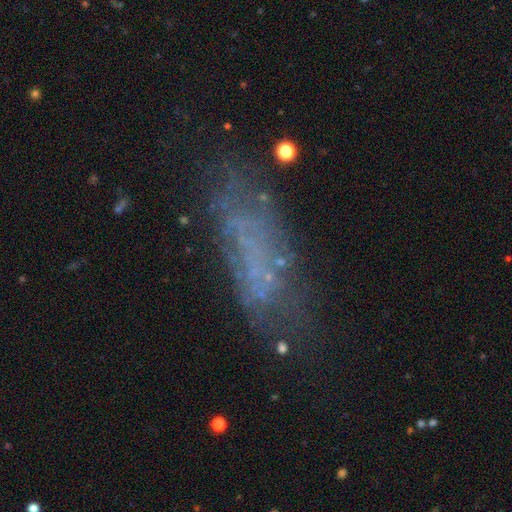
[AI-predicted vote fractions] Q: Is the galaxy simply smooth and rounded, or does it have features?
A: featured or disk — 43%.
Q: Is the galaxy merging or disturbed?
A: none — 52%.